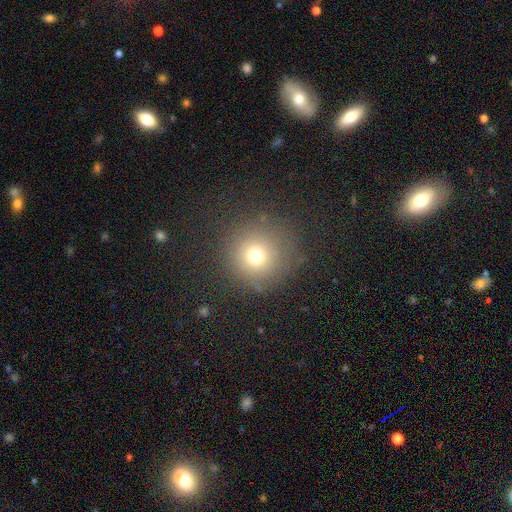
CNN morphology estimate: Smooth or featured: smooth — 70% (star or artifact — 19%)
How rounded: round — 93% (in between — 6%)
Merging: none — 82% (minor disturbance — 10%)